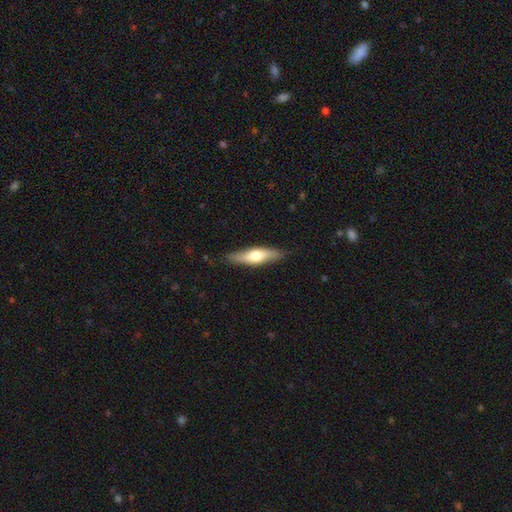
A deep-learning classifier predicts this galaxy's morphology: smooth_or_featured: smooth (p=0.54) [alt: featured or disk p=0.41]
how_rounded: cigar-shaped (p=0.60) [alt: in between p=0.37]
merging: none (p=0.83) [alt: minor disturbance p=0.14]